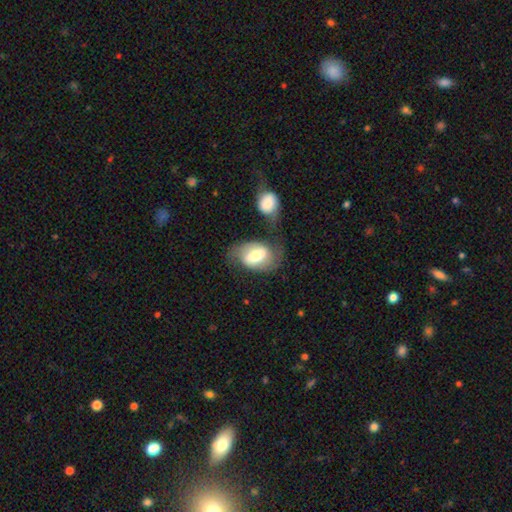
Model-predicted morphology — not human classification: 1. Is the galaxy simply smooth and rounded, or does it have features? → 50% featured or disk, 43% smooth, 7% star or artifact.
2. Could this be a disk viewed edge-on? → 95% no, 5% yes.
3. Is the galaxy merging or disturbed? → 48% none, 21% merger, 19% minor disturbance, 12% major disturbance.